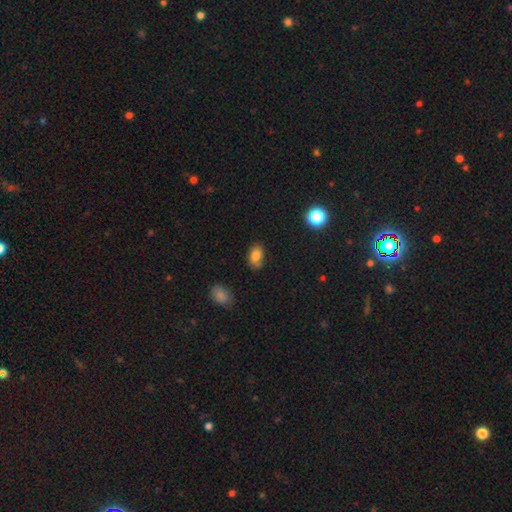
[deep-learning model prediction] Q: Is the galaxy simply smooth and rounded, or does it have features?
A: smooth — 83%.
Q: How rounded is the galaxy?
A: in between — 85%.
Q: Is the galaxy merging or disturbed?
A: none — 70%.